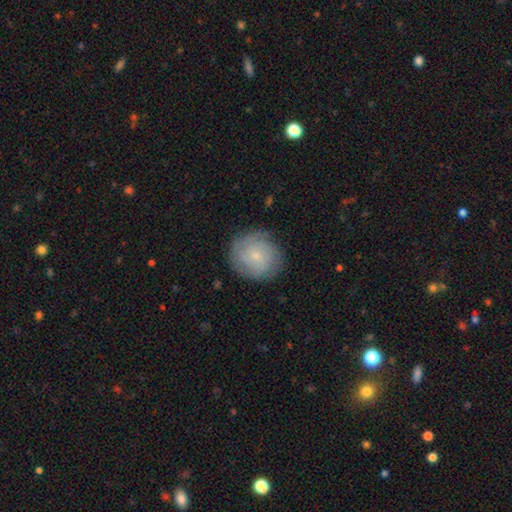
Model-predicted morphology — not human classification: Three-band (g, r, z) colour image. It shows a featured or disk galaxy (48%). Merging: none (82%).